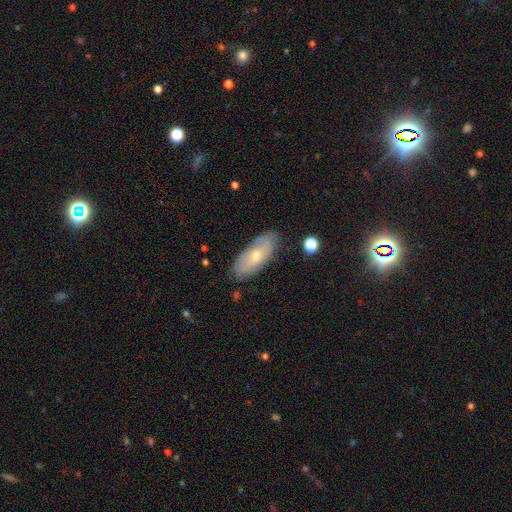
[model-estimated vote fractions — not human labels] A featured or disk galaxy (46%, tied with smooth).

Vote fractions:
- Smooth or featured? featured or disk: 46% (tied) / smooth: 46% (tied) / star or artifact: 8%
- Merging? none: 80% / minor disturbance: 15% / major disturbance: 3% / merger: 2%